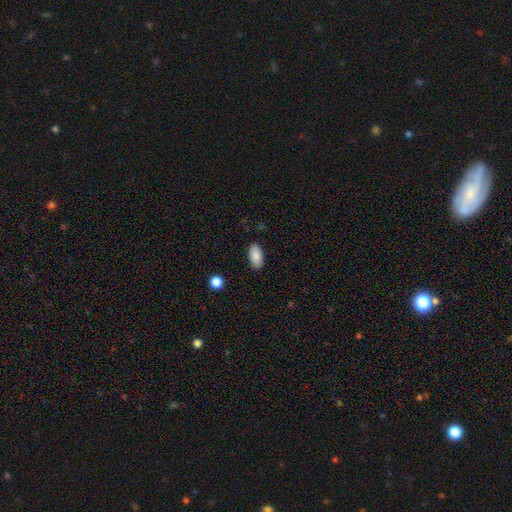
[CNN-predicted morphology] A smooth galaxy with no disk features (87%) that is in between round and cigar-shaped (93%). Merging: none (87%).